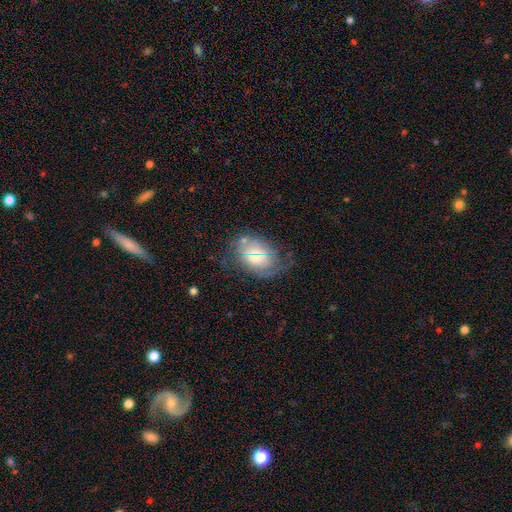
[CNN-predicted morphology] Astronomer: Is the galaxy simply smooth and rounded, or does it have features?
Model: featured or disk — 50% (runner-up: smooth, 40%).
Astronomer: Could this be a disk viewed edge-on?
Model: no — 95%.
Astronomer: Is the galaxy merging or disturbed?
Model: none — 47% (runner-up: minor disturbance, 27%).